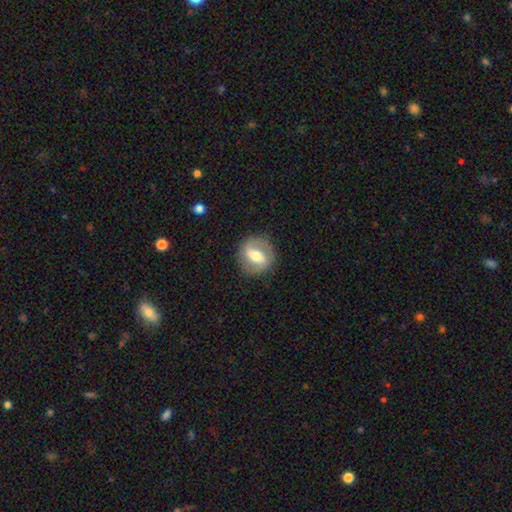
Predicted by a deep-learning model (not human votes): This is likely a featured or disk galaxy (65%). It is clearly not viewed edge-on (93%). Bar: possibly strong (55%). Spiral arm pattern: likely yes (62%). Central bulge: likely moderate (66%). Merging: clearly none (85%).